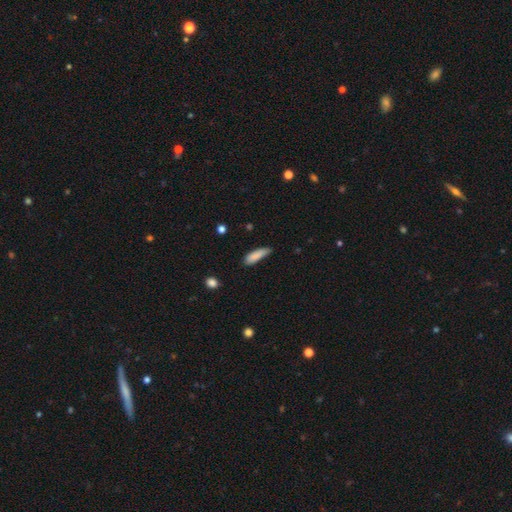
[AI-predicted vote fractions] Q: Smooth or featured?
A: smooth (86%); runner-up: featured or disk (8%)
Q: How rounded?
A: cigar-shaped (53%); runner-up: in between (45%)
Q: Merging?
A: none (55%); runner-up: minor disturbance (36%)